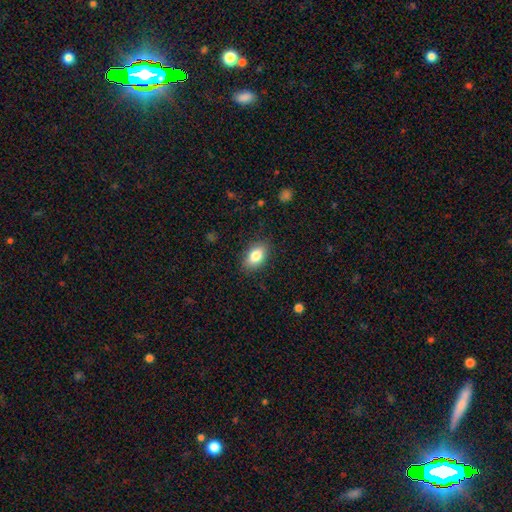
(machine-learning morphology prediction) Smooth or featured?
  - smooth: 83% *
  - featured or disk: 9%
  - star or artifact: 8%
How rounded?
  - in between: 89% *
  - round: 9%
  - cigar-shaped: 2%
Merging?
  - none: 86% *
  - minor disturbance: 10%
  - major disturbance: 3%
  - merger: 1%